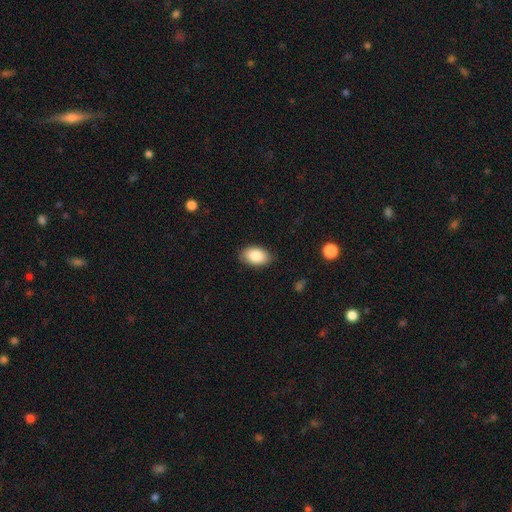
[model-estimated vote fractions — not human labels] This is clearly a smooth galaxy (86%). How rounded: clearly in between (92%). Merging: clearly none (85%).